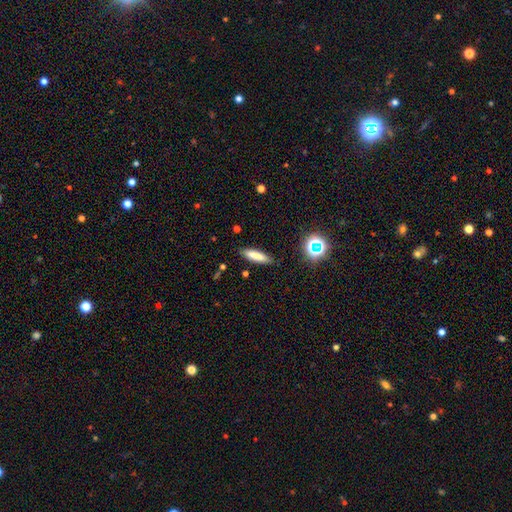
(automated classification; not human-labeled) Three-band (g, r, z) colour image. It shows a smooth galaxy with no disk features (80%) that is cigar-shaped (72%). Merging: none (85%).